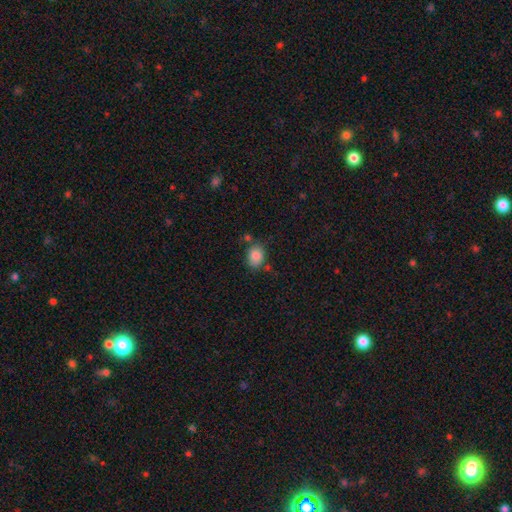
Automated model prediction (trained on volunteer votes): A smooth galaxy with no disk features (85%) that is in between round and cigar-shaped (58%).

Vote fractions:
- Smooth or featured? smooth: 85% / star or artifact: 9% / featured or disk: 6%
- How rounded? in between: 58% / round: 41% / cigar-shaped: 1%
- Merging? none: 71% / minor disturbance: 16% / merger: 9% / major disturbance: 4%